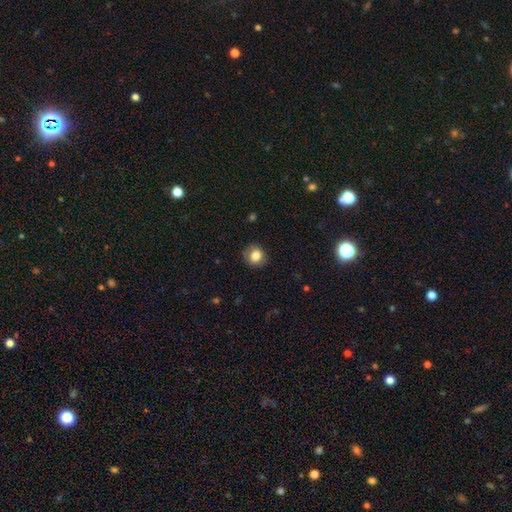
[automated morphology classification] Overall: smooth (80%). How rounded: round (80%). Merging: none (83%).